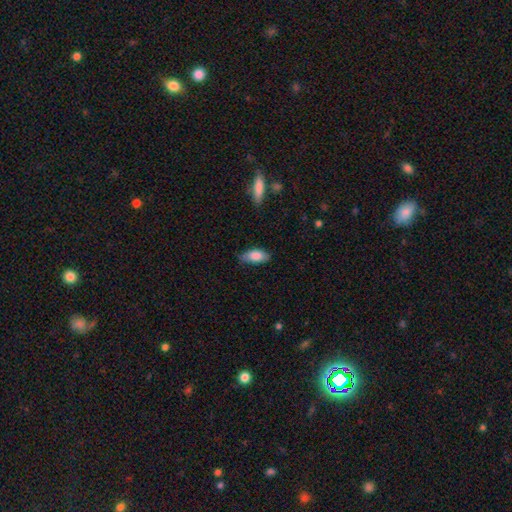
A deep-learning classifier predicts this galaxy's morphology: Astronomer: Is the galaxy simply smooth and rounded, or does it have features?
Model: smooth — 83%.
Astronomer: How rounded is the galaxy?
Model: in between — 87%.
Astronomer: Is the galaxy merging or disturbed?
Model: none — 66%.